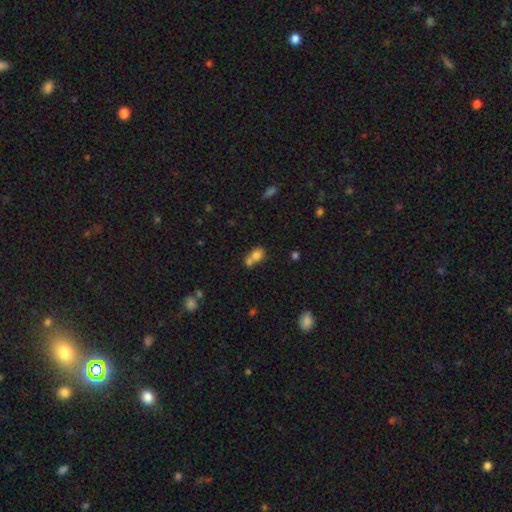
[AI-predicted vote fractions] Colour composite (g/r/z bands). It shows a smooth galaxy with no disk features (76%) that is in between round and cigar-shaped (51%). Merging: merger (61%).